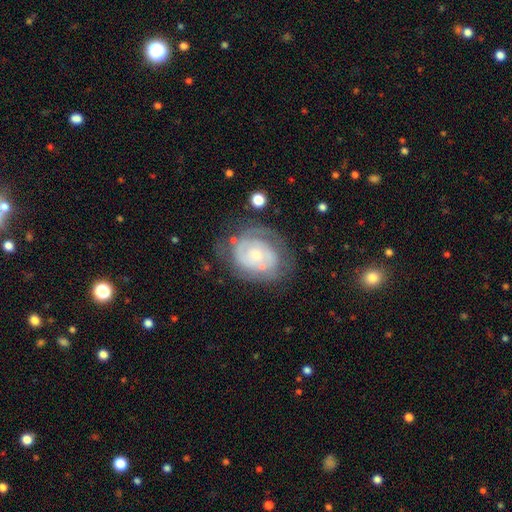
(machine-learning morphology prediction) A featured or disk galaxy (75%) with no bar (79%), tight (65%) spiral arms (80%) and a small central bulge (66%). Merging: none (59%).